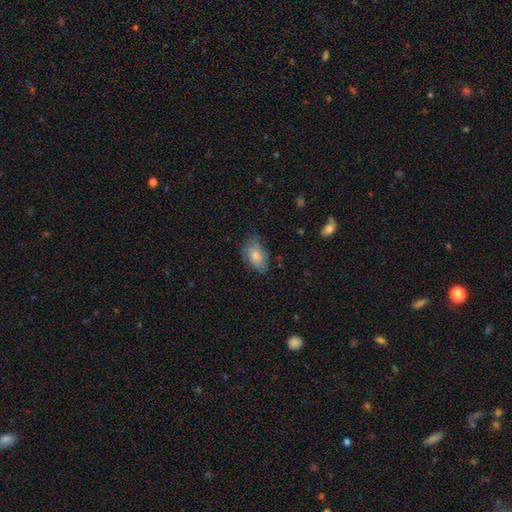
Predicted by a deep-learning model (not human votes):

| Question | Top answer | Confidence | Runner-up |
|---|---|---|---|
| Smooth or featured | smooth | 65% | featured or disk (25%) |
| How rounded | in between | 88% | round (10%) |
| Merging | none | 69% | minor disturbance (24%) |